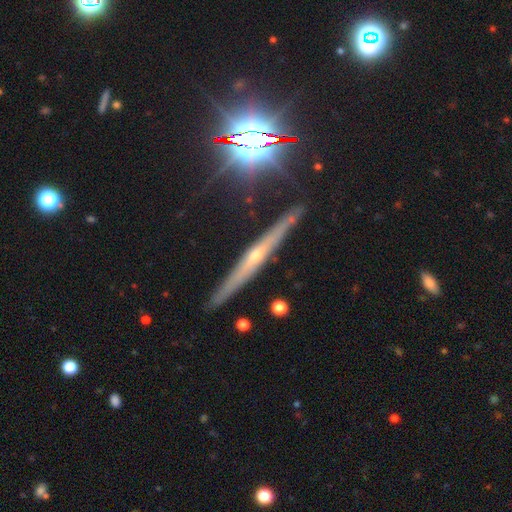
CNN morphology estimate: featured or disk 73%, smooth 15%, star or artifact 13%. Down the decision tree: edge-on disk — yes (96%); edge-on bulge — rounded (68%); merging — none (88%).